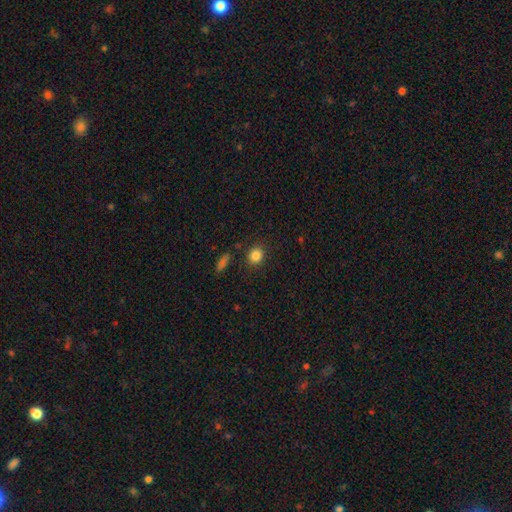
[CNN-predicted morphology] Smooth or featured: smooth — 84% (star or artifact — 11%)
How rounded: round — 75% (in between — 24%)
Merging: none — 86% (minor disturbance — 9%)